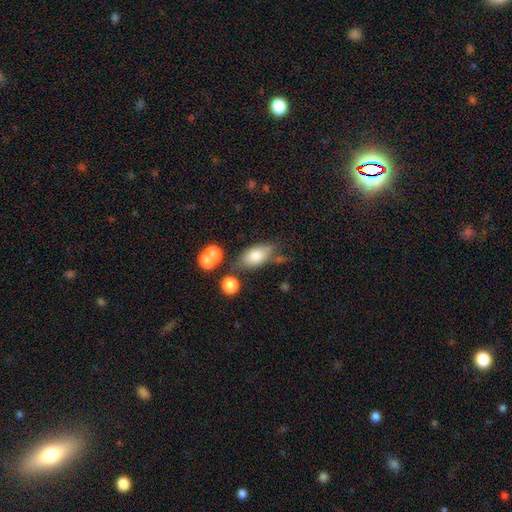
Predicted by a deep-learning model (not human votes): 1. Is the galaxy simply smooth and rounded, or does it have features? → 73% smooth, 18% featured or disk, 9% star or artifact.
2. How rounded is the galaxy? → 85% in between, 8% cigar-shaped, 7% round.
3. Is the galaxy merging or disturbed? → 63% none, 18% minor disturbance, 12% merger, 6% major disturbance.